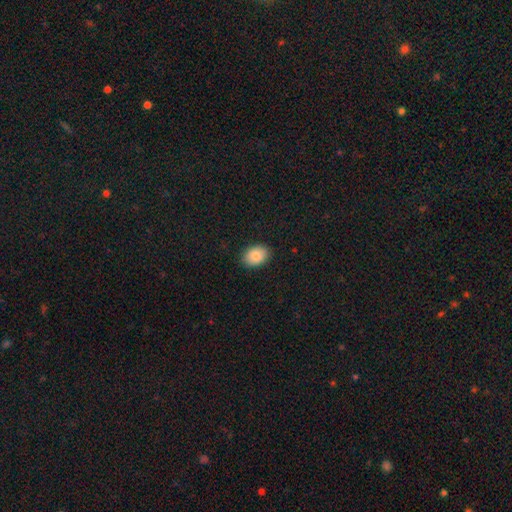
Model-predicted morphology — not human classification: The model was most divided on "how rounded": in between: 80%, round: 19%, cigar-shaped: 1%. More confident: merging — none (89%); smooth or featured — smooth (86%).